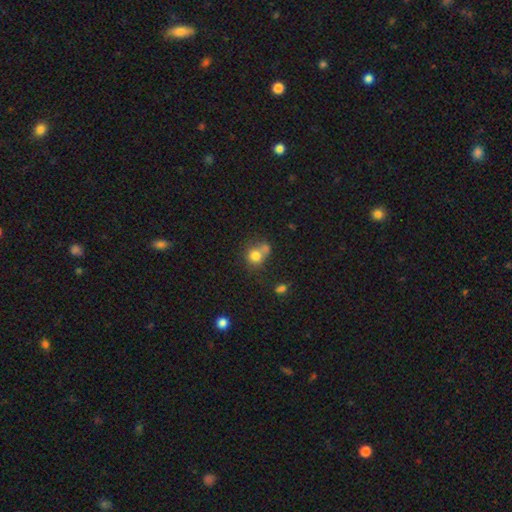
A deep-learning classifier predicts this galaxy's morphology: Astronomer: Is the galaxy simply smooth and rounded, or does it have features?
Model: smooth — 77%.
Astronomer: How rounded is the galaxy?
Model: round — 77%.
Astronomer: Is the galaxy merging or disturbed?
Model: none — 40% (runner-up: merger, 39%).